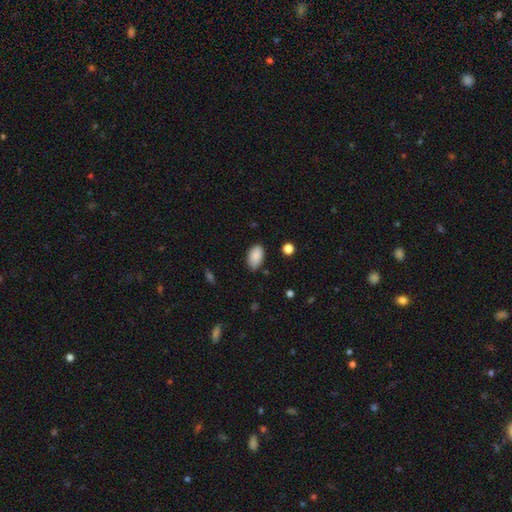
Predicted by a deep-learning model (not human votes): A smooth galaxy with no disk features (88%) that is in between round and cigar-shaped (94%).

Vote fractions:
- Smooth or featured? smooth: 88% / star or artifact: 7% / featured or disk: 5%
- How rounded? in between: 94% / round: 5% / cigar-shaped: 1%
- Merging? none: 77% / minor disturbance: 18% / major disturbance: 3% / merger: 2%